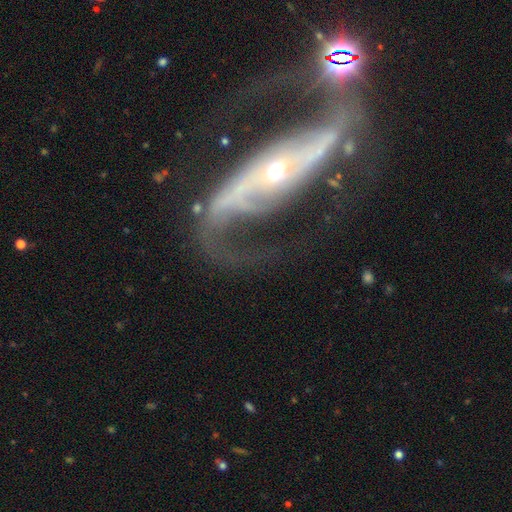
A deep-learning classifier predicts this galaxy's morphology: smooth_or_featured: featured or disk (p=0.88) [alt: smooth p=0.06]
disk_edge_on: no (p=0.91) [alt: yes p=0.09]
bar: strong (p=0.37) [alt: no p=0.36]
has_spiral_arms: yes (p=0.93) [alt: no p=0.07]
spiral_winding: loose (p=0.56) [alt: medium p=0.32]
spiral_arm_count: 2 (p=0.89) [alt: 1 p=0.04]
bulge_size: small (p=0.49) [alt: moderate p=0.45]
merging: none (p=0.58) [alt: major disturbance p=0.21]